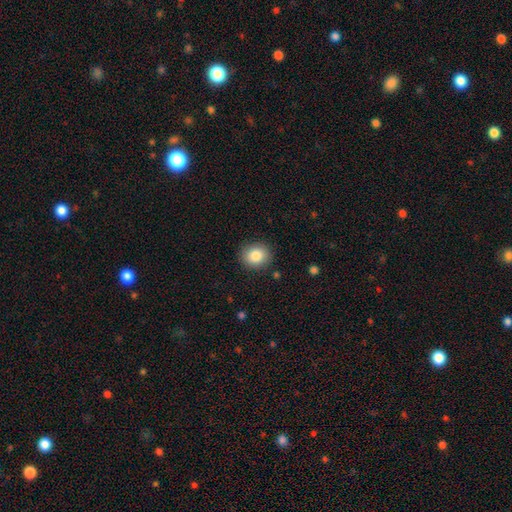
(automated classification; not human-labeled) smooth-or-featured: smooth: 85% | star or artifact: 8% | featured or disk: 7%
  how-rounded: round: 75% | in between: 25% | cigar-shaped: 1%
  merging: none: 88% | minor disturbance: 8% | major disturbance: 2% | merger: 1%